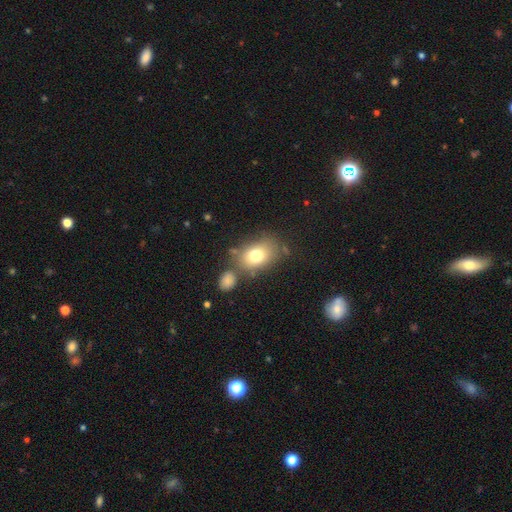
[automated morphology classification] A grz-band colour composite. It shows a smooth galaxy with no disk features (75%) that is in between round and cigar-shaped (74%). Merging: none (63%).